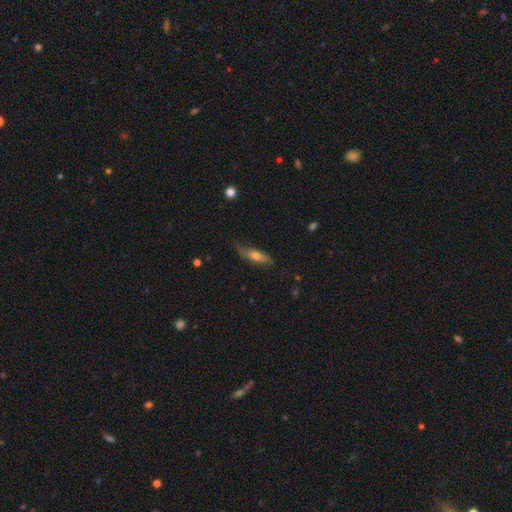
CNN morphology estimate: The model was most divided on "how rounded": cigar-shaped: 52%, in between: 45%, round: 3%. More confident: merging — none (58%); smooth or featured — smooth (55%).